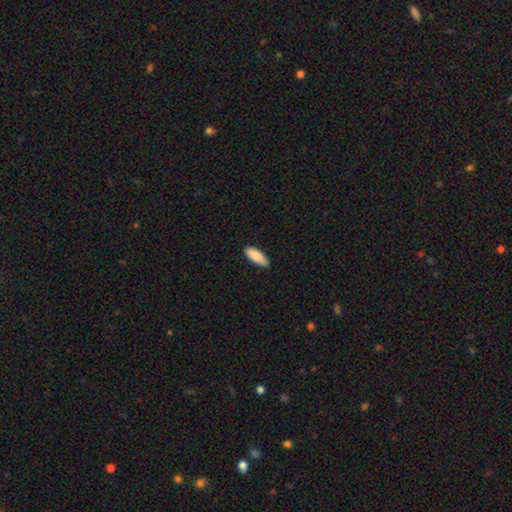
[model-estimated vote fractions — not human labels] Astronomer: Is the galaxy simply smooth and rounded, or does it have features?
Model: smooth — 85%.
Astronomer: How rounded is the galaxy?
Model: in between — 73%.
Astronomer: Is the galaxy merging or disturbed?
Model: none — 84%.